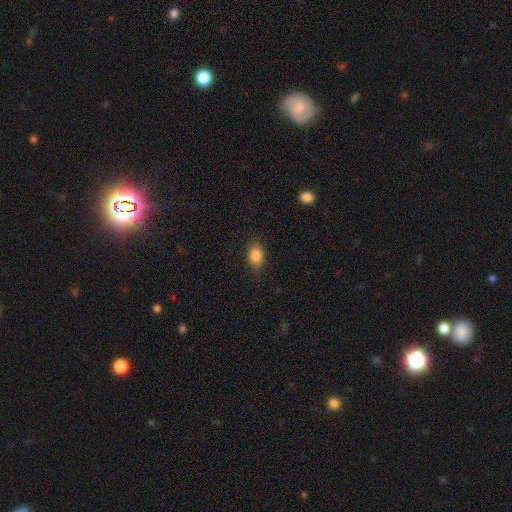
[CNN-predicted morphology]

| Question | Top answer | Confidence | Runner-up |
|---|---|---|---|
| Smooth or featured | smooth | 85% | star or artifact (9%) |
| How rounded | in between | 79% | round (19%) |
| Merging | none | 83% | minor disturbance (13%) |